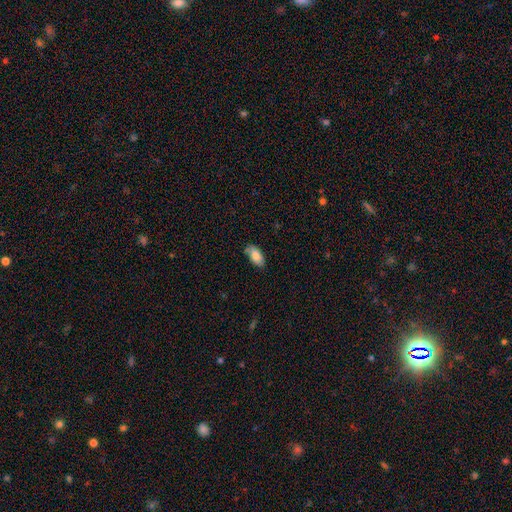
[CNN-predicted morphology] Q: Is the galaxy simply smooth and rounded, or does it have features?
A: smooth — 81%.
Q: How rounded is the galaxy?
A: in between — 93%.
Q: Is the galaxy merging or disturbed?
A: none — 72%.